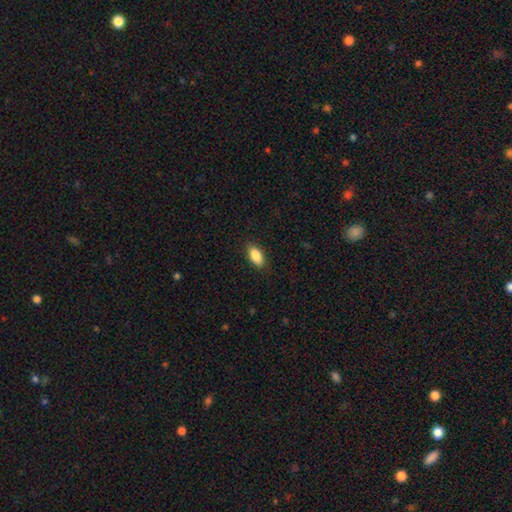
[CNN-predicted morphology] A smooth galaxy with no disk features (85%) that is in between round and cigar-shaped (87%).

Vote fractions:
- Smooth or featured? smooth: 85% / featured or disk: 8% / star or artifact: 7%
- How rounded? in between: 87% / cigar-shaped: 9% / round: 4%
- Merging? none: 87% / minor disturbance: 10% / major disturbance: 2% / merger: 1%